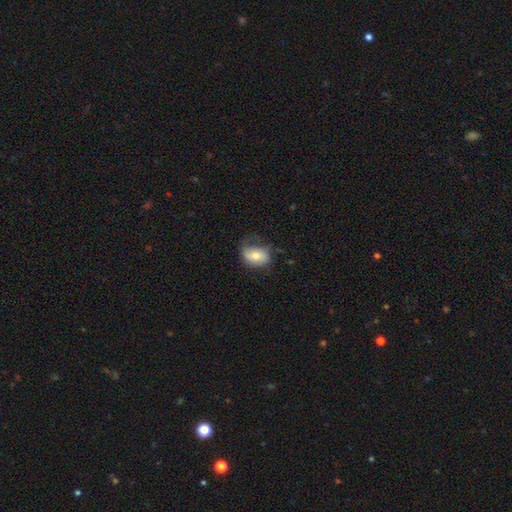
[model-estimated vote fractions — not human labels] Smooth or featured?
  - smooth: 60% *
  - featured or disk: 32%
  - star or artifact: 8%
How rounded?
  - in between: 80% *
  - round: 19%
  - cigar-shaped: 2%
Merging?
  - none: 49% *
  - minor disturbance: 32%
  - major disturbance: 17%
  - merger: 2%